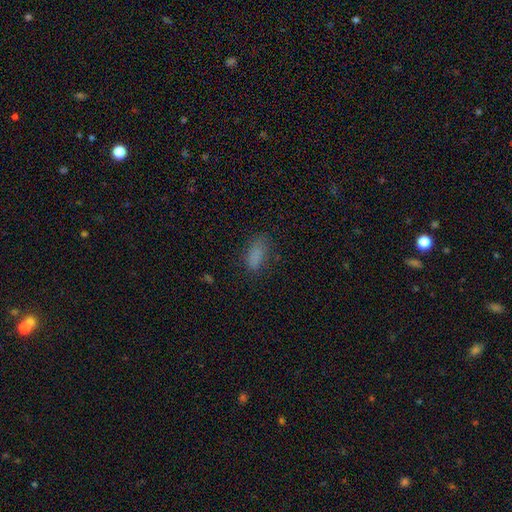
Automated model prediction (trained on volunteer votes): Smooth or featured?
  - smooth: 80% *
  - star or artifact: 13%
  - featured or disk: 7%
How rounded?
  - in between: 84% *
  - cigar-shaped: 12%
  - round: 4%
Merging?
  - none: 68% *
  - minor disturbance: 21%
  - major disturbance: 9%
  - merger: 2%